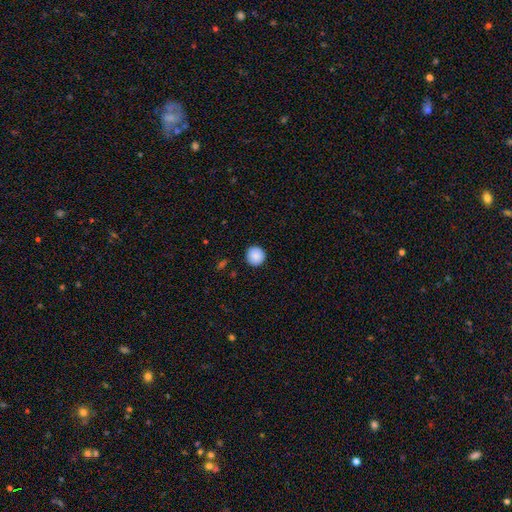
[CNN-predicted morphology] Smooth or featured: smooth — 89% (star or artifact — 8%)
How rounded: round — 95% (in between — 4%)
Merging: none — 92% (minor disturbance — 6%)